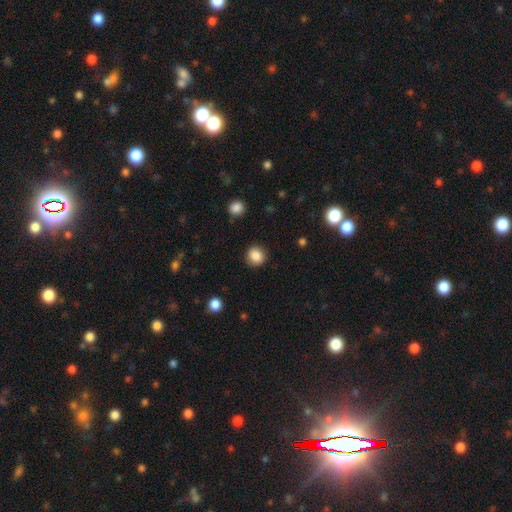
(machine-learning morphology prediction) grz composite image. It shows a smooth galaxy with no disk features (87%) that is round (89%). Merging: none (89%).